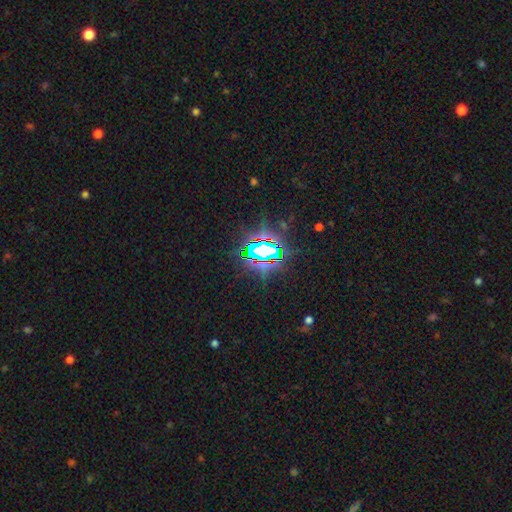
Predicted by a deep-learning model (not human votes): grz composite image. It shows a star or artifact, not a galaxy (82%).